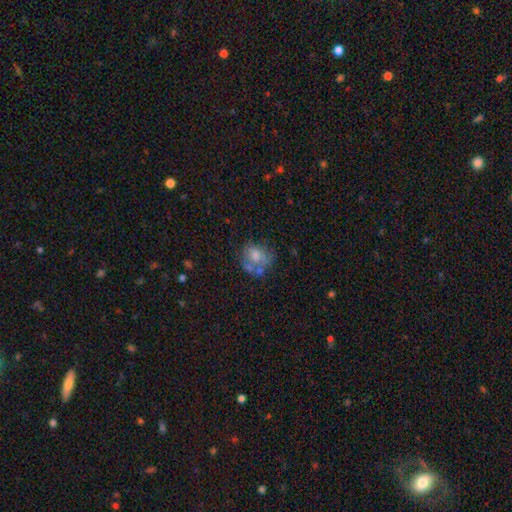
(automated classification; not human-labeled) smooth-or-featured: smooth: 54% | featured or disk: 33% | star or artifact: 13%
  how-rounded: round: 60% | in between: 38% | cigar-shaped: 1%
  merging: none: 44% | minor disturbance: 22% | merger: 19% | major disturbance: 15%